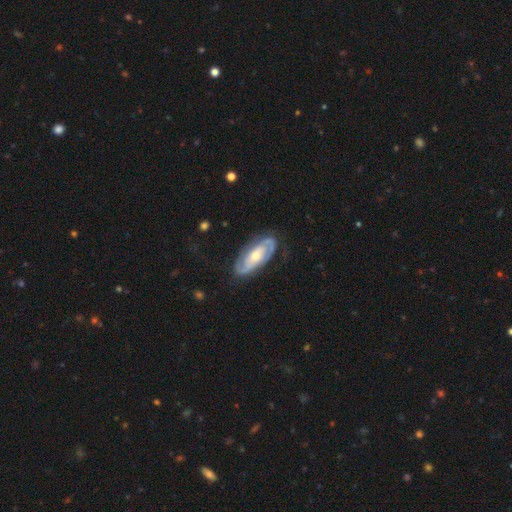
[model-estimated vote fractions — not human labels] A featured or disk galaxy (81%) with no bar (55%), 2 (80%) tight (47%) spiral arms (92%) and a moderate central bulge (58%). Merging: none (79%).